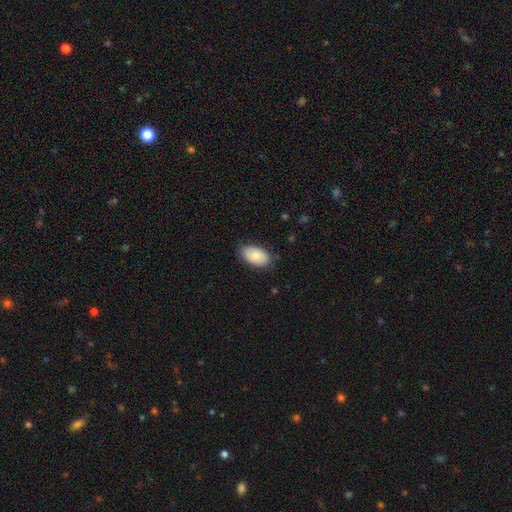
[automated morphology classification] Smooth or featured?
  - smooth: 78% *
  - featured or disk: 15%
  - star or artifact: 6%
How rounded?
  - in between: 94% *
  - round: 5%
  - cigar-shaped: 1%
Merging?
  - none: 80% *
  - minor disturbance: 16%
  - major disturbance: 3%
  - merger: 1%